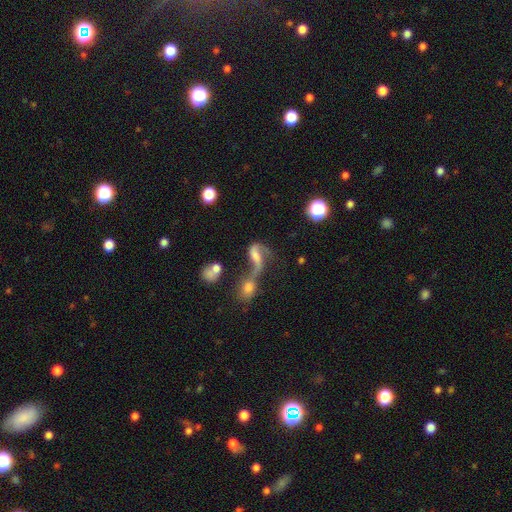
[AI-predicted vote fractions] A featured or disk galaxy (57%) with no bar (42%), spiral arms (74%) and no central bulge (31%).

Vote fractions:
- Smooth or featured? featured or disk: 57% / smooth: 29% / star or artifact: 14%
- Edge-on disk? no: 93% / yes: 7%
- Bar? no: 42% / weak: 37% / strong: 20%
- Spiral arms? yes: 74% / no: 26%
- Bulge size? none: 31% / moderate: 29% / small: 25% / large: 12% / dominant: 3%
- Merging? merger: 60% / major disturbance: 16% / none: 16% / minor disturbance: 8%